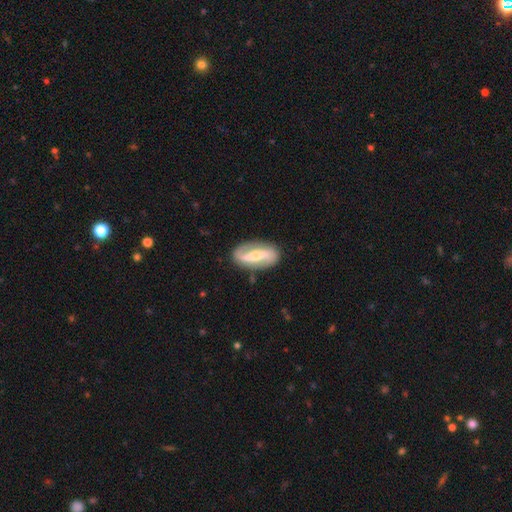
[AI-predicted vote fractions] Morphology: type=featured or disk (78%); edge-on=no (93%); bar=strong (53%); spiral arms=yes (88%); winding=loose (50%); arm count=2 (89%); bulge=moderate (50%); merging=none (83%).